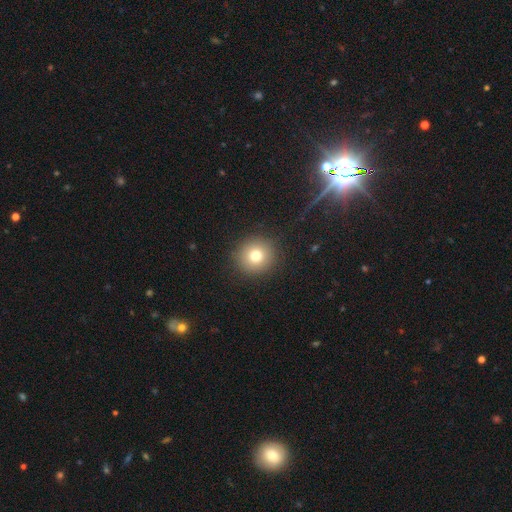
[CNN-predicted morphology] Smooth or featured: smooth — 77% (star or artifact — 12%)
How rounded: round — 92% (in between — 7%)
Merging: none — 90% (minor disturbance — 6%)